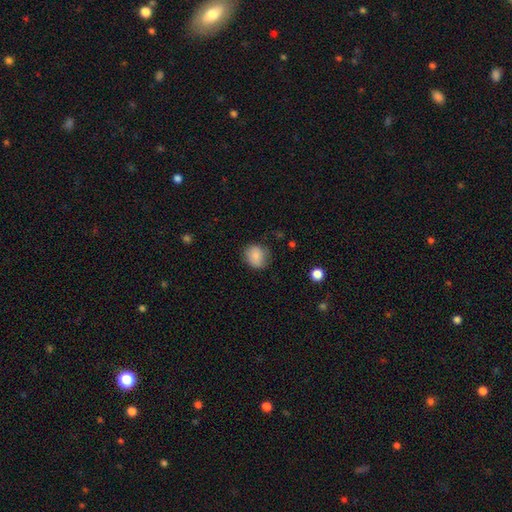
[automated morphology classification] smooth 83%, star or artifact 9%, featured or disk 8%. Down the decision tree: how rounded — round (71%); merging — none (73%).